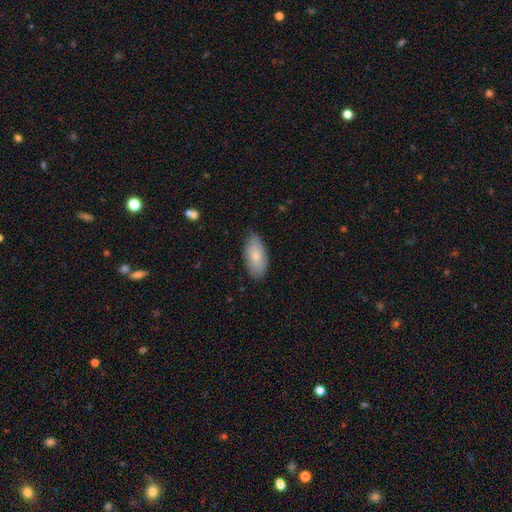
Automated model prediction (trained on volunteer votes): smooth-or-featured: smooth: 76% | featured or disk: 18% | star or artifact: 6%
  how-rounded: in between: 92% | cigar-shaped: 6% | round: 2%
  merging: none: 78% | minor disturbance: 18% | major disturbance: 3% | merger: 1%